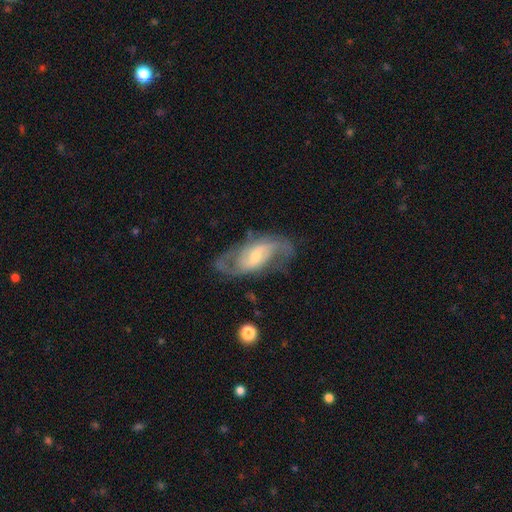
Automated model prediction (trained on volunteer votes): This is clearly a featured or disk galaxy (83%). It is clearly not viewed edge-on (94%). Bar: possibly weak (47%). Spiral arm pattern: clearly yes (93%). Spiral arm count: clearly 2 (82%). Spiral winding: possibly medium (45%). Central bulge: possibly small (56%). Merging: likely none (67%).